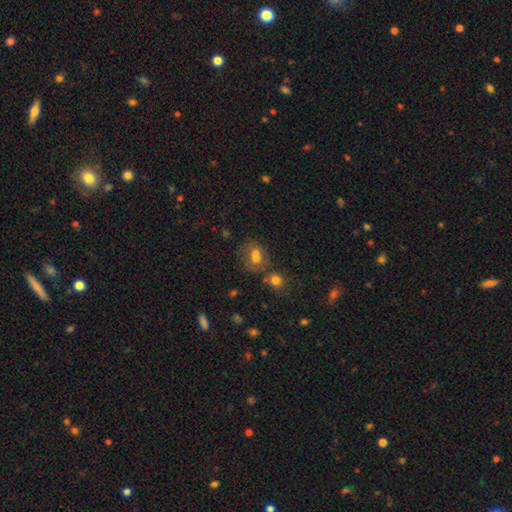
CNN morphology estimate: smooth-or-featured: smooth: 63% | featured or disk: 21% | star or artifact: 16%
  how-rounded: in between: 54% | round: 44% | cigar-shaped: 2%
  merging: merger: 40% | none: 37% | minor disturbance: 14% | major disturbance: 9%